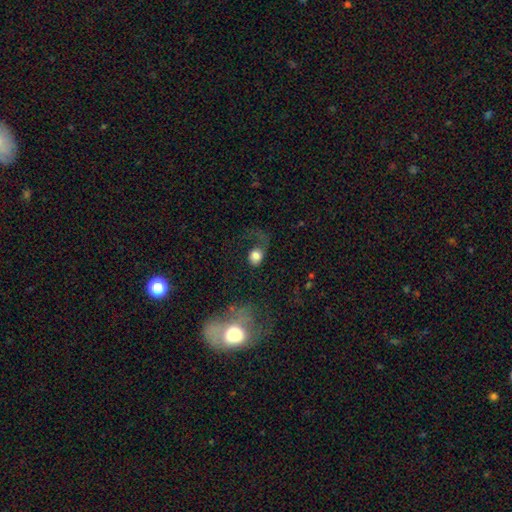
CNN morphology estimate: smooth_or_featured: smooth (p=0.71) [alt: featured or disk p=0.19]
how_rounded: round (p=0.57) [alt: in between p=0.42]
merging: major disturbance (p=0.43) [alt: none p=0.35]